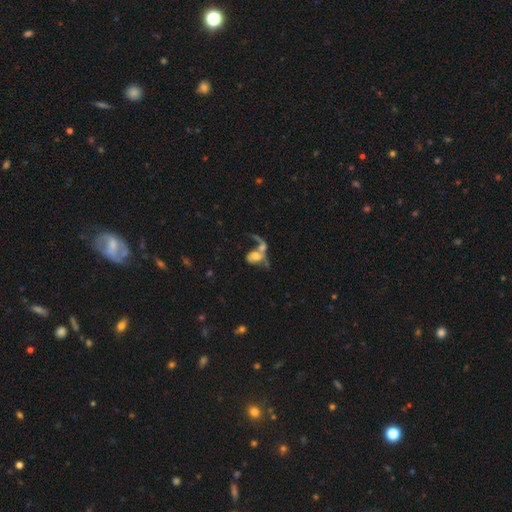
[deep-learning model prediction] This appears to be a featured or disk galaxy (46%). Merging: merger (58%).